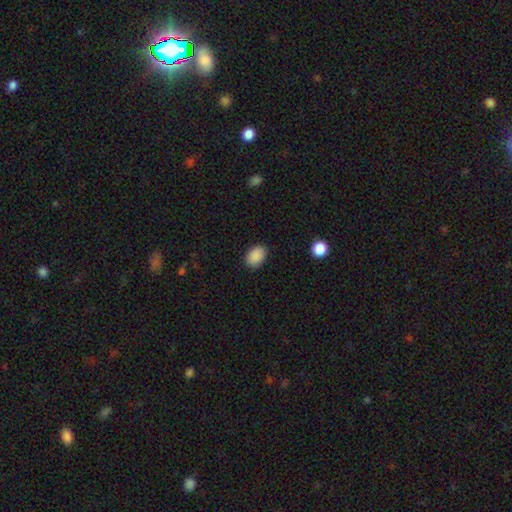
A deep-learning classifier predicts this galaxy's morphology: The model was most divided on "how rounded": in between: 78%, round: 21%, cigar-shaped: 1%. More confident: smooth or featured — smooth (89%); merging — none (85%).